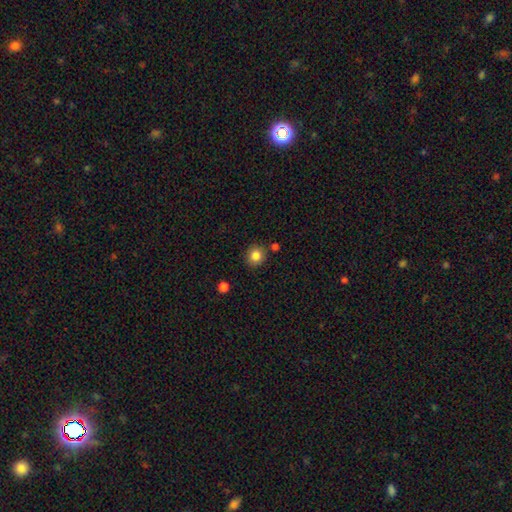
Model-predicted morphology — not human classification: smooth 84%, star or artifact 11%, featured or disk 5%. Down the decision tree: how rounded — round (86%); merging — none (85%).